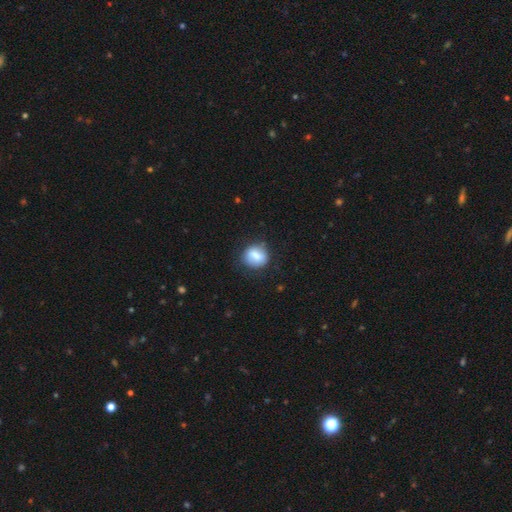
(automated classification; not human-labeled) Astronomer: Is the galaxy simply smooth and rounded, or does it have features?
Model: smooth — 79%.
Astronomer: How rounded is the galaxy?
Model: round — 73%.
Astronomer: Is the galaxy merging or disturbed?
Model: none — 75%.